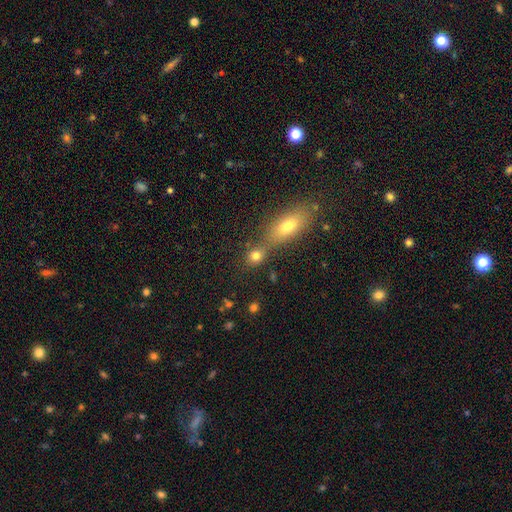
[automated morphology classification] Smooth or featured? smooth (78%)
How rounded? round (64%)
Merging? none (51%)